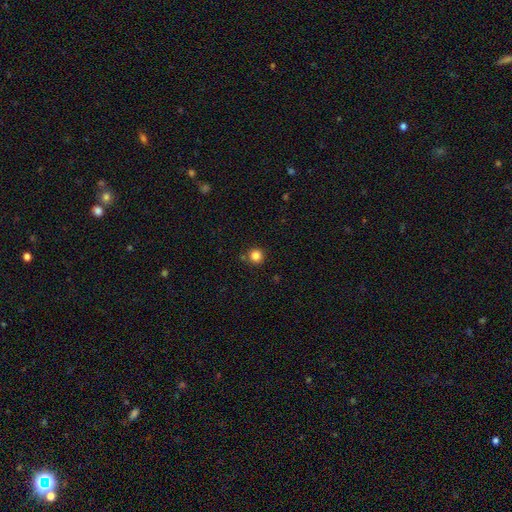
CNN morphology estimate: This is clearly a smooth galaxy (84%). How rounded: clearly round (95%). Merging: clearly none (84%).